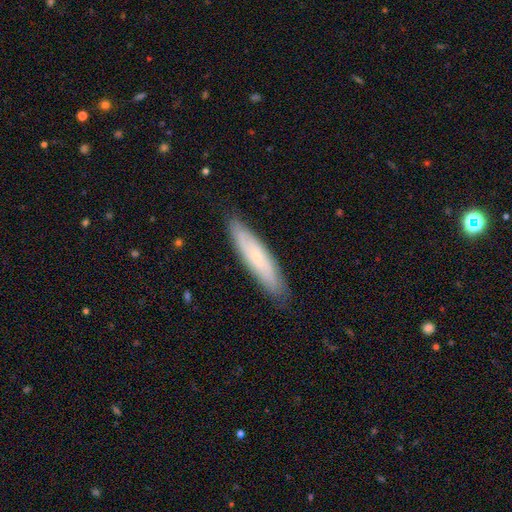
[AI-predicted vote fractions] smooth-or-featured: smooth: 57% | featured or disk: 37% | star or artifact: 7%
  how-rounded: cigar-shaped: 81% | in between: 17% | round: 1%
  merging: none: 85% | minor disturbance: 12% | major disturbance: 2% | merger: 1%